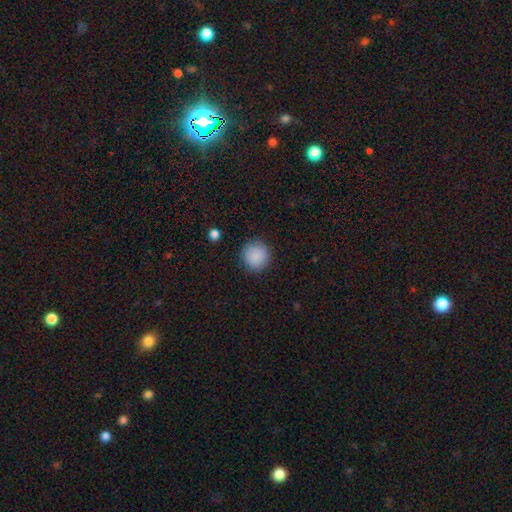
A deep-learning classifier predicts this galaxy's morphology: smooth-or-featured: smooth: 88% | star or artifact: 9% | featured or disk: 3%
  how-rounded: round: 94% | in between: 6% | cigar-shaped: 1%
  merging: none: 89% | minor disturbance: 8% | major disturbance: 2% | merger: 1%